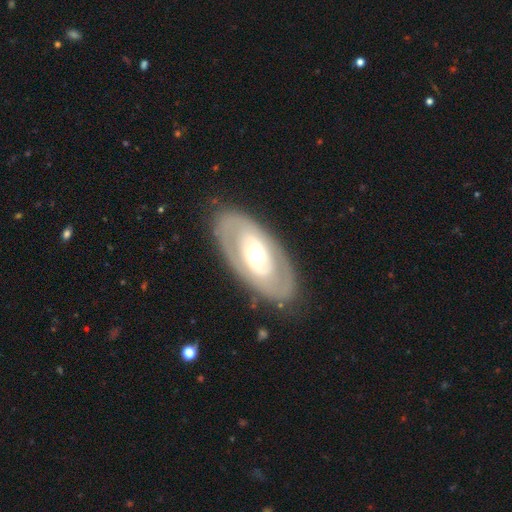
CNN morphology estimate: Smooth or featured? featured or disk (73%)
Edge-on disk? no (91%)
Bar? no (64%)
Spiral arms? no (53%)
Bulge size? moderate (61%)
Merging? none (82%)